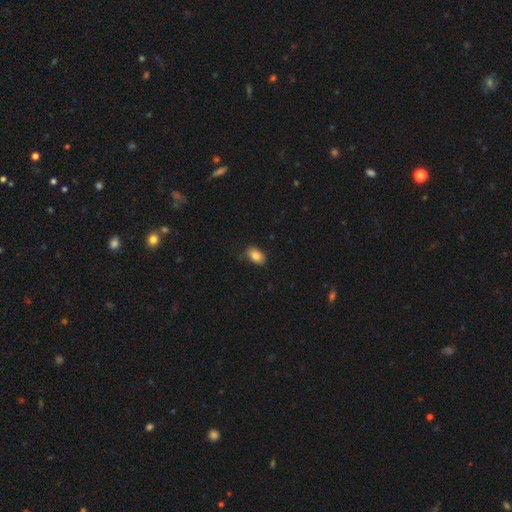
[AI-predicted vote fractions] The model was most divided on "merging": none: 81%, minor disturbance: 15%, major disturbance: 3%, merger: 1%. More confident: how rounded — in between (88%); smooth or featured — smooth (85%).